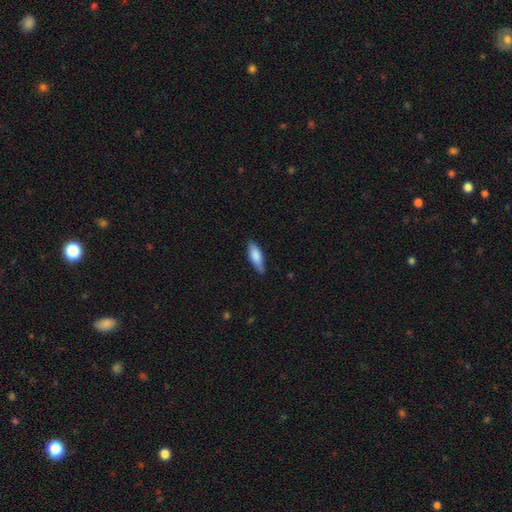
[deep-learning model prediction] Smooth or featured? Predicted: smooth (p=0.77). How rounded? Predicted: in between (p=0.58). Merging? Predicted: none (p=0.78).